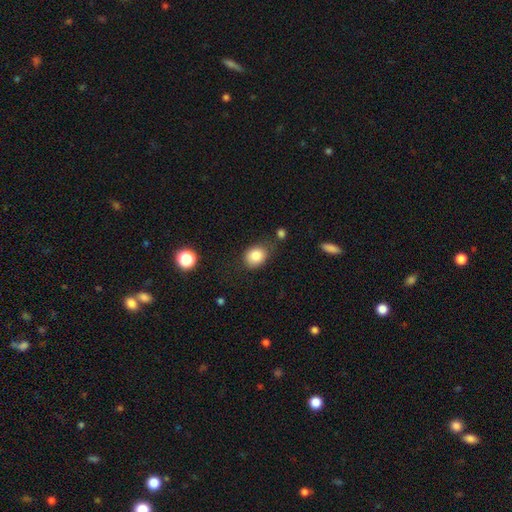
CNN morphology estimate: Q: Smooth or featured?
A: smooth (84%); runner-up: star or artifact (9%)
Q: How rounded?
A: round (52%); runner-up: in between (47%)
Q: Merging?
A: none (71%); runner-up: minor disturbance (20%)